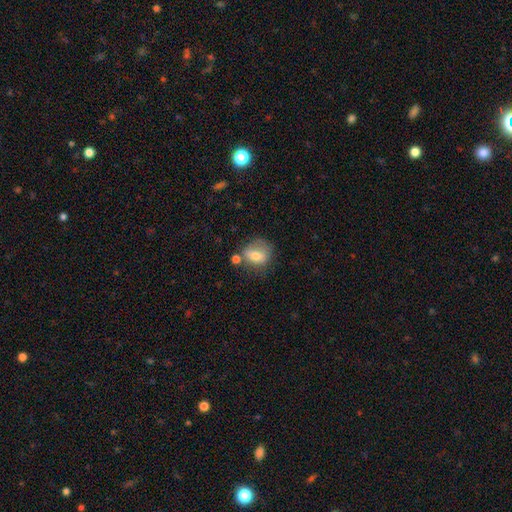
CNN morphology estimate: Q: Smooth or featured?
A: smooth (71%); runner-up: featured or disk (20%)
Q: How rounded?
A: round (62%); runner-up: in between (37%)
Q: Merging?
A: none (50%); runner-up: minor disturbance (25%)